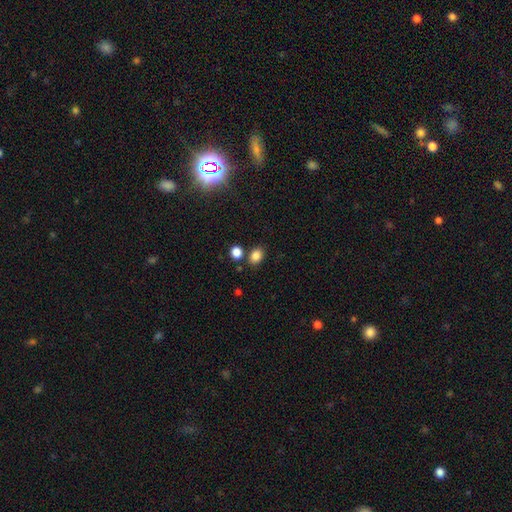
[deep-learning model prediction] A smooth galaxy with no disk features (84%) that is in between round and cigar-shaped (65%).

Vote fractions:
- Smooth or featured? smooth: 84% / star or artifact: 11% / featured or disk: 5%
- How rounded? in between: 65% / round: 34% / cigar-shaped: 1%
- Merging? none: 74% / merger: 13% / minor disturbance: 10% / major disturbance: 3%